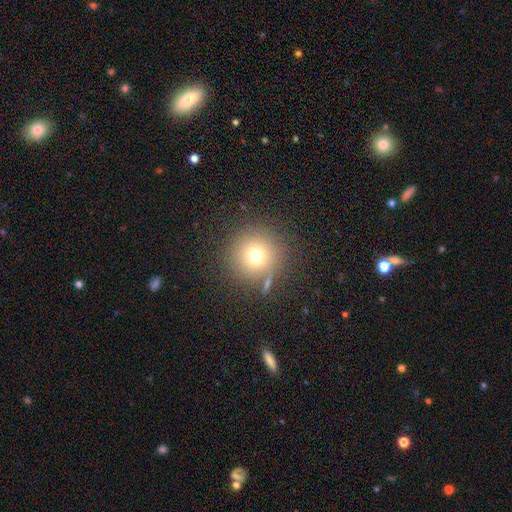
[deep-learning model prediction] A smooth galaxy with no disk features (71%) that is round (95%). Merging: none (82%).